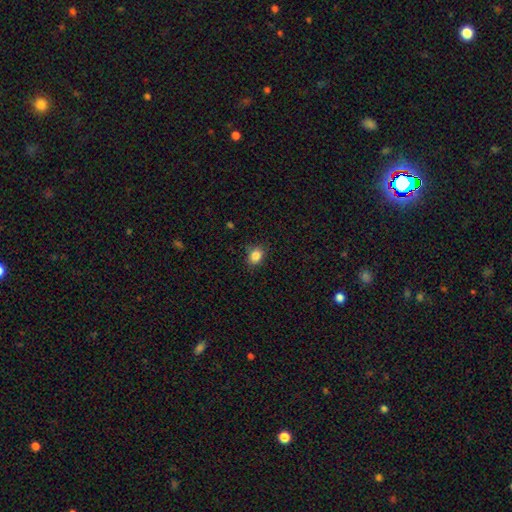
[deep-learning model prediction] smooth_or_featured: smooth (p=0.85) [alt: star or artifact p=0.10]
how_rounded: in between (p=0.54) [alt: round p=0.45]
merging: none (p=0.84) [alt: minor disturbance p=0.13]